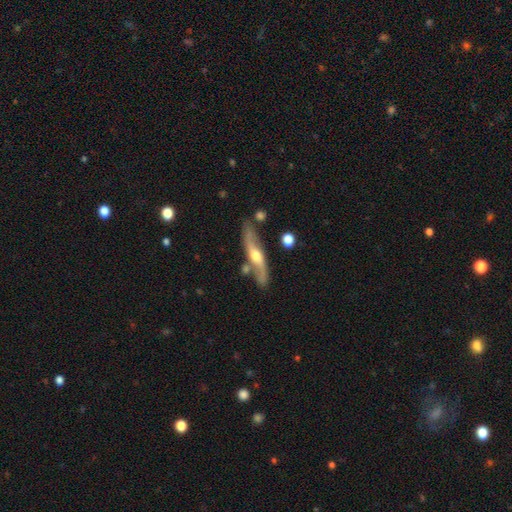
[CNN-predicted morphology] type=featured or disk (75%); edge-on=no (60%); merging=none (68%).